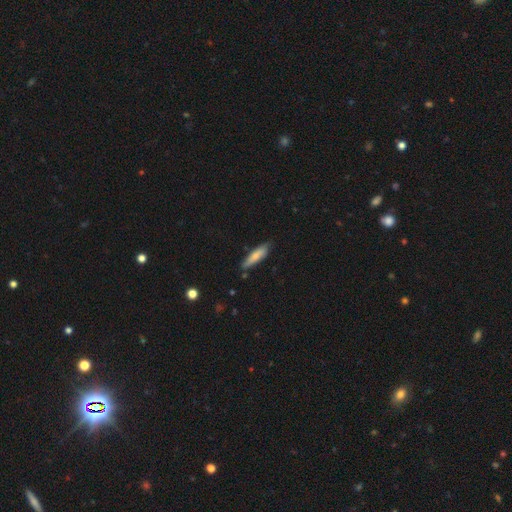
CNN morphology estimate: smooth 71%, featured or disk 23%, star or artifact 6%. Down the decision tree: how rounded — cigar-shaped (73%); merging — none (77%).